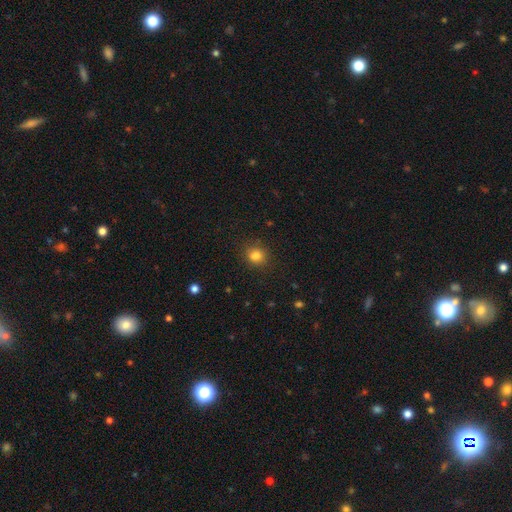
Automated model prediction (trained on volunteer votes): A smooth galaxy with no disk features (83%) that is round (78%).

Vote fractions:
- Smooth or featured? smooth: 83% / star or artifact: 12% / featured or disk: 5%
- How rounded? round: 78% / in between: 21% / cigar-shaped: 1%
- Merging? none: 86% / minor disturbance: 9% / major disturbance: 3% / merger: 1%